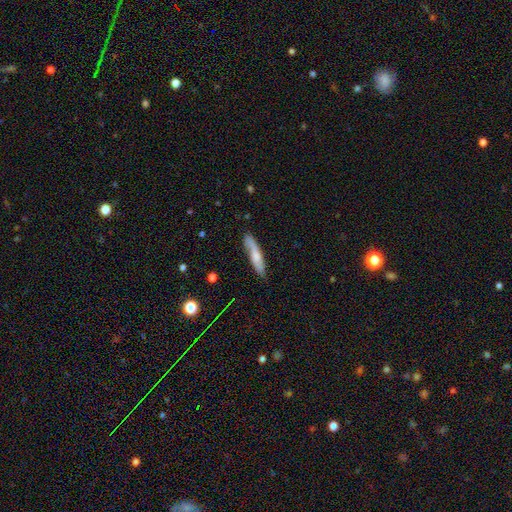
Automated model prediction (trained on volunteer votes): smooth 61%, featured or disk 33%, star or artifact 6%. Down the decision tree: how rounded — cigar-shaped (85%); merging — none (74%).